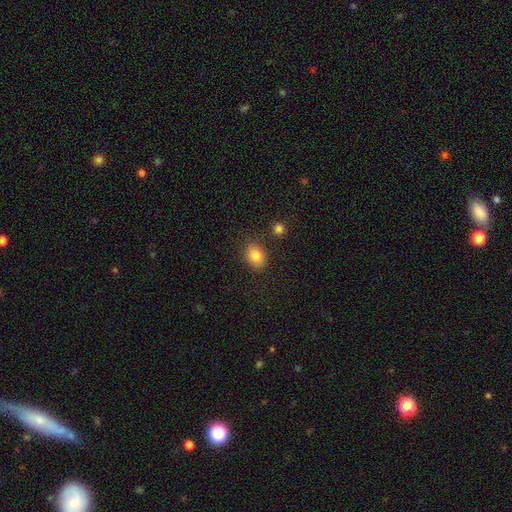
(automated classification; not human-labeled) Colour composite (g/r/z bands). It shows a smooth galaxy with no disk features (83%) that is in between round and cigar-shaped (63%). Merging: none (81%).